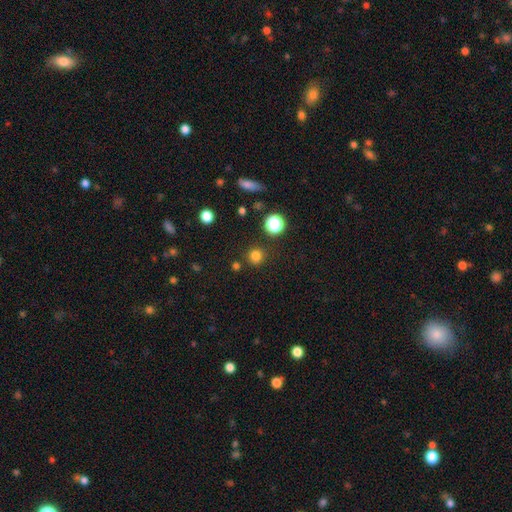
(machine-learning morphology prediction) Smooth or featured?
  - smooth: 78% *
  - star or artifact: 17%
  - featured or disk: 5%
How rounded?
  - round: 92% *
  - in between: 7%
  - cigar-shaped: 1%
Merging?
  - none: 86% *
  - minor disturbance: 8%
  - merger: 4%
  - major disturbance: 3%